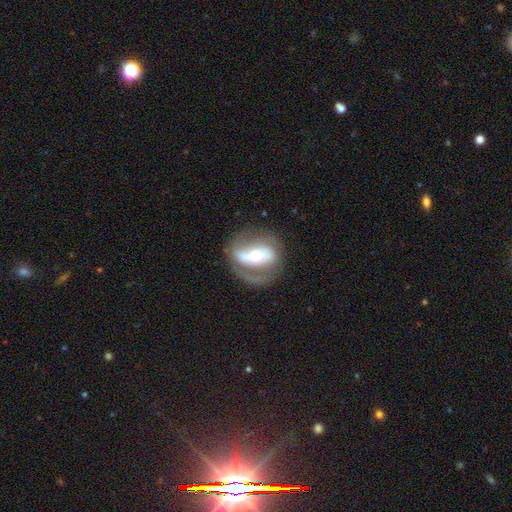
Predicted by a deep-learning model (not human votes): A featured or disk galaxy (73%) with a strong bar (51%), spiral arms (66%) and a moderate central bulge (61%).

Vote fractions:
- Smooth or featured? featured or disk: 73% / smooth: 20% / star or artifact: 6%
- Edge-on disk? no: 91% / yes: 9%
- Bar? strong: 51% / no: 25% / weak: 24%
- Spiral arms? yes: 66% / no: 34%
- Bulge size? moderate: 61% / small: 28% / large: 8% / dominant: 2% / none: 1%
- Merging? none: 63% / minor disturbance: 18% / major disturbance: 17% / merger: 3%